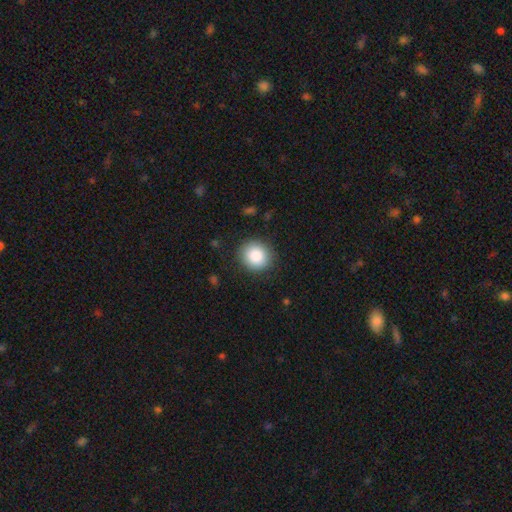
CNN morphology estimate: Overall: smooth (85%). How rounded: round (86%). Merging: none (89%).